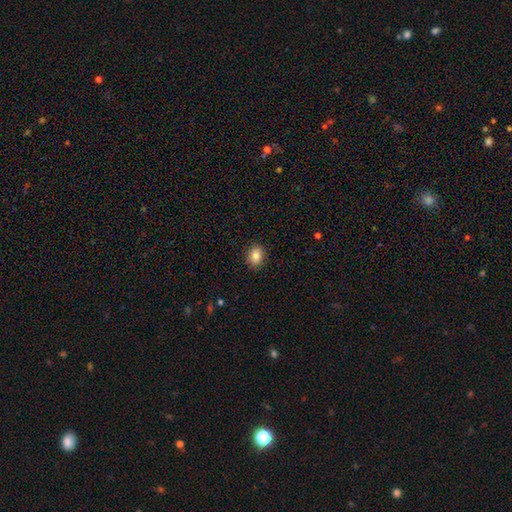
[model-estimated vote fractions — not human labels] Smooth or featured? smooth (83%)
How rounded? in between (62%)
Merging? none (89%)